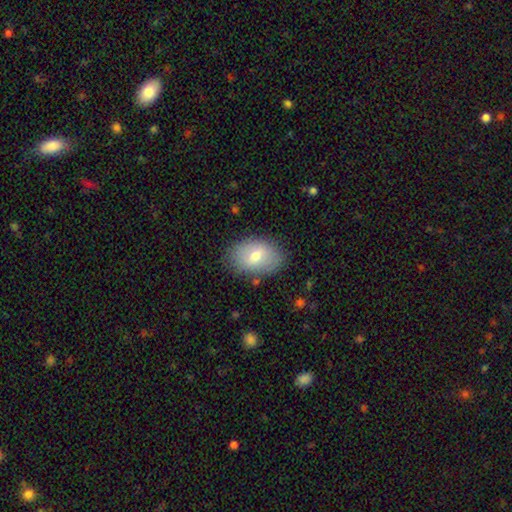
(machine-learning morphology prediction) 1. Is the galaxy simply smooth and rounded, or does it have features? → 69% smooth, 24% featured or disk, 8% star or artifact.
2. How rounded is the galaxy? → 86% in between, 13% round, 1% cigar-shaped.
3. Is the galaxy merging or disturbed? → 81% none, 14% minor disturbance, 4% major disturbance, 2% merger.